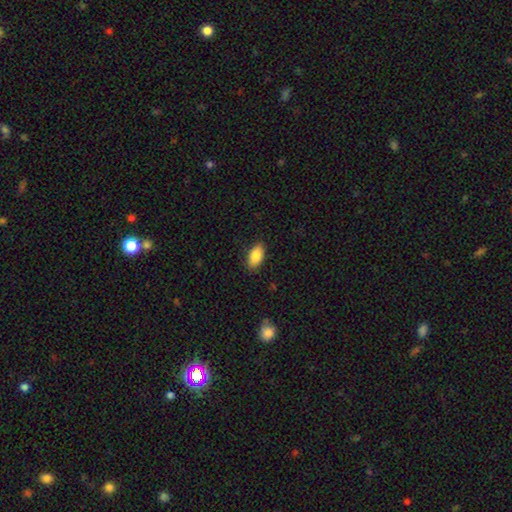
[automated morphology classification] This appears to be a smooth galaxy with no disk features (87%) that is in between round and cigar-shaped (92%). Merging: none (86%).